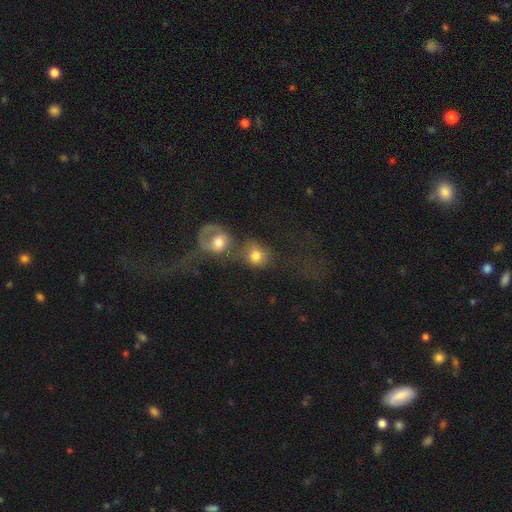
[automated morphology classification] smooth-or-featured: smooth: 72% | featured or disk: 16% | star or artifact: 11%
  how-rounded: round: 75% | in between: 24% | cigar-shaped: 1%
  merging: merger: 56% | none: 26% | major disturbance: 10% | minor disturbance: 8%